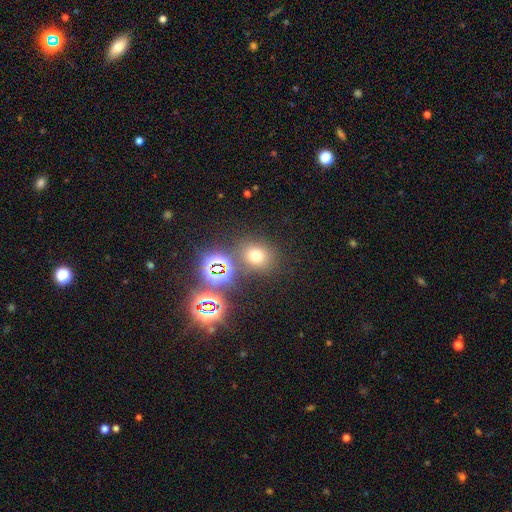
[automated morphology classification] Smooth or featured: smooth — 61% (star or artifact — 30%)
How rounded: round — 72% (in between — 27%)
Merging: none — 76% (minor disturbance — 10%)